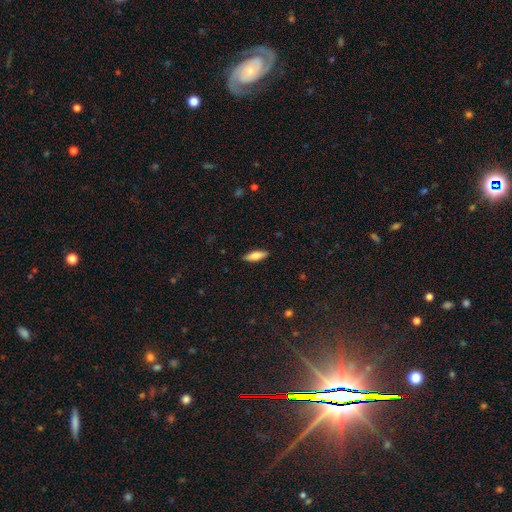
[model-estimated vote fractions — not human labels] This is likely a smooth galaxy (74%). How rounded: possibly in between (54%). Merging: clearly none (89%).